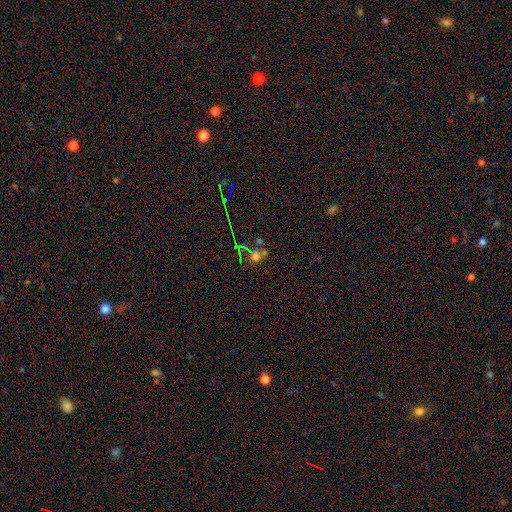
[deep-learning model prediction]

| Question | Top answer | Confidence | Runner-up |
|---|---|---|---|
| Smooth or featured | smooth | 46% | star or artifact (36%) |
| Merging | none | 40% | merger (34%) |